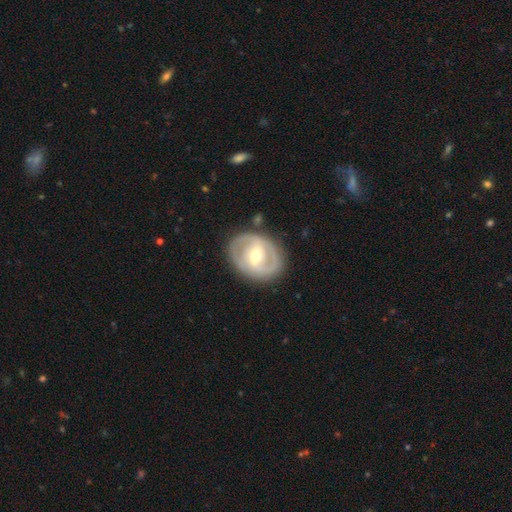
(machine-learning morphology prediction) smooth_or_featured: featured or disk (p=0.78) [alt: smooth p=0.18]
disk_edge_on: no (p=0.96) [alt: yes p=0.04]
bar: weak (p=0.43) [alt: strong p=0.35]
has_spiral_arms: yes (p=0.70) [alt: no p=0.30]
spiral_winding: tight (p=0.50) [alt: medium p=0.37]
spiral_arm_count: 2 (p=0.74) [alt: can't tell p=0.15]
bulge_size: moderate (p=0.73) [alt: small p=0.20]
merging: none (p=0.81) [alt: minor disturbance p=0.13]